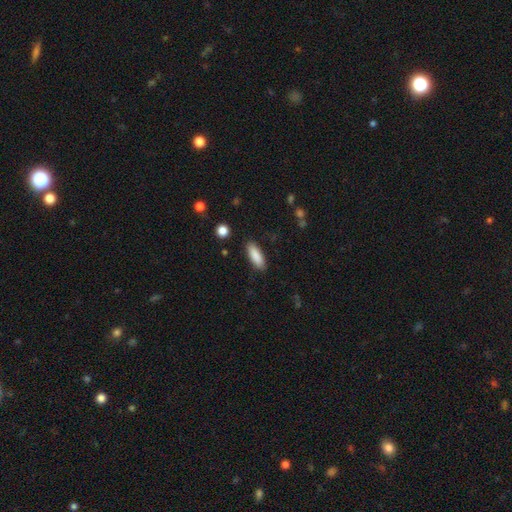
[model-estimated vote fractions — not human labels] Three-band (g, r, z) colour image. It shows a smooth galaxy with no disk features (88%) that is in between round and cigar-shaped (61%). Merging: none (88%).